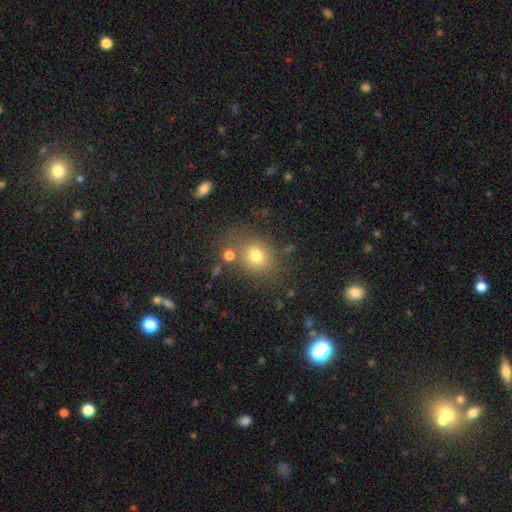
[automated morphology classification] smooth 74%, star or artifact 15%, featured or disk 11%. Down the decision tree: how rounded — round (70%); merging — none (68%).